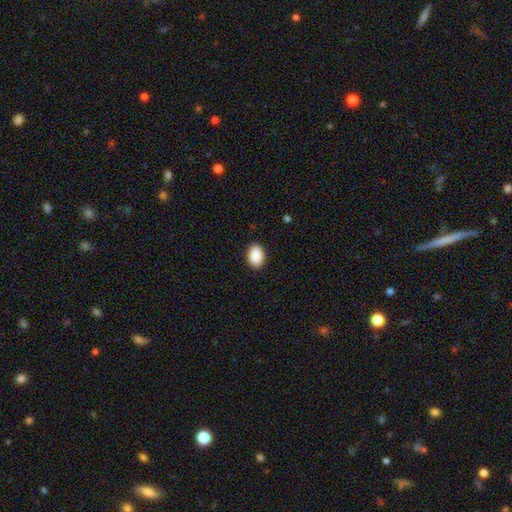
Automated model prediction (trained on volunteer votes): Smooth or featured? Predicted: smooth (p=0.91). How rounded? Predicted: in between (p=0.85). Merging? Predicted: none (p=0.90).